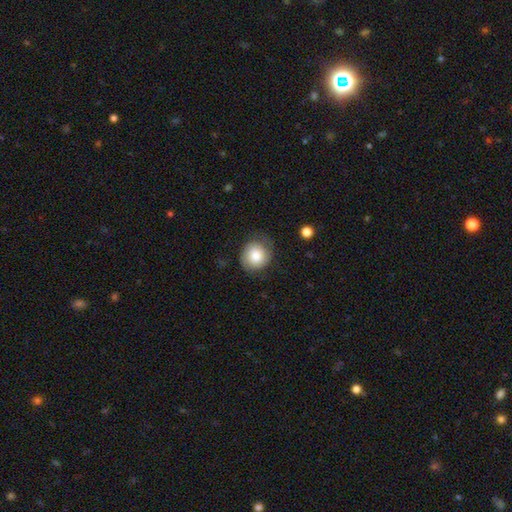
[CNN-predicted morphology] Smooth or featured: smooth — 76% (featured or disk — 17%)
How rounded: round — 82% (in between — 17%)
Merging: none — 64% (minor disturbance — 25%)